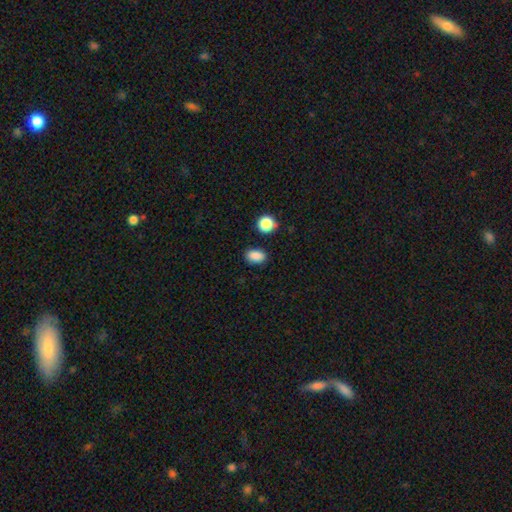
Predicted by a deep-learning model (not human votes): Q: Smooth or featured?
A: smooth (87%); runner-up: star or artifact (10%)
Q: How rounded?
A: in between (80%); runner-up: round (19%)
Q: Merging?
A: none (85%); runner-up: minor disturbance (10%)